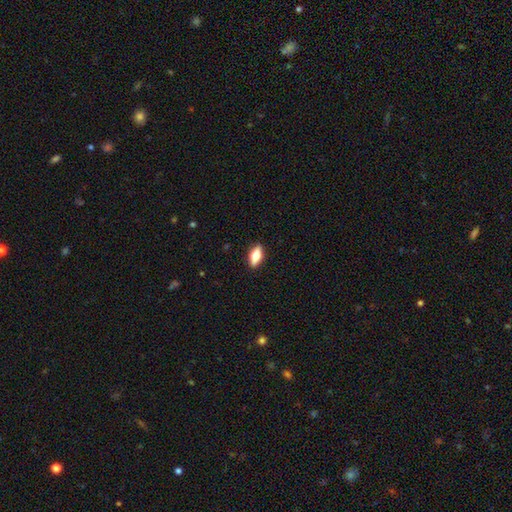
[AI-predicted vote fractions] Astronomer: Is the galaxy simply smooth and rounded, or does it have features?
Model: smooth — 56% (runner-up: featured or disk, 37%).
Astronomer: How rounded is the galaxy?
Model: in between — 76%.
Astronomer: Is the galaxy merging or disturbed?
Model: none — 89%.